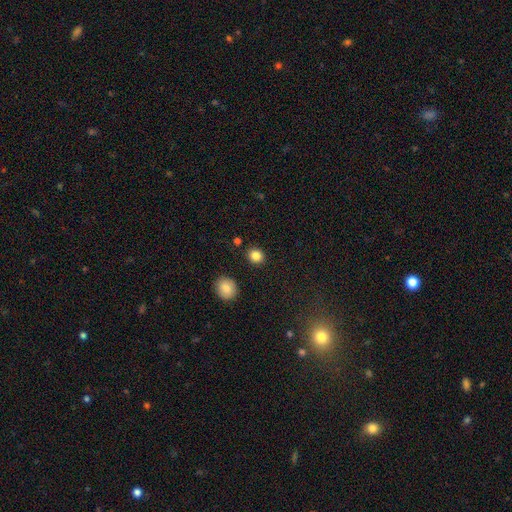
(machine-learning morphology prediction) Q: Smooth or featured?
A: smooth (85%); runner-up: star or artifact (11%)
Q: How rounded?
A: round (77%); runner-up: in between (22%)
Q: Merging?
A: none (88%); runner-up: minor disturbance (6%)